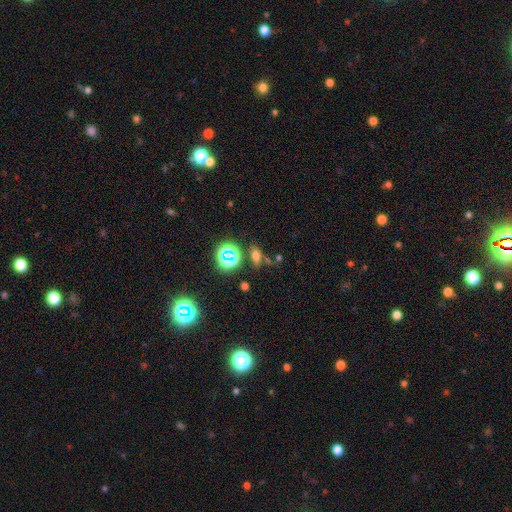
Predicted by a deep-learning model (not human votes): Smooth or featured? smooth (53%)
How rounded? in between (63%)
Merging? none (72%)